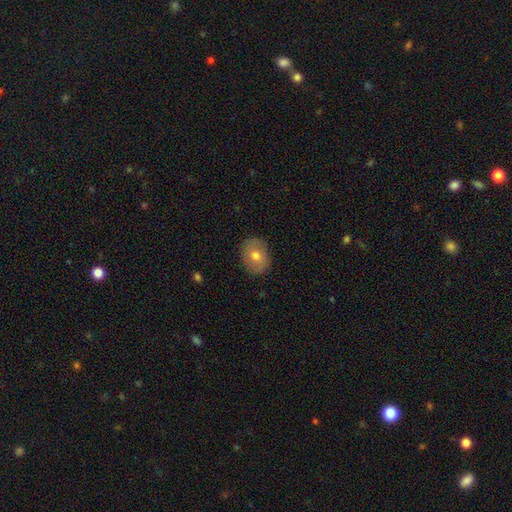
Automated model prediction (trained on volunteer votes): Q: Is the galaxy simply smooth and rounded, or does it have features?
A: smooth — 69%.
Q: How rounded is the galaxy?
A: in between — 52%.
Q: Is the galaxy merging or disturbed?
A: none — 86%.